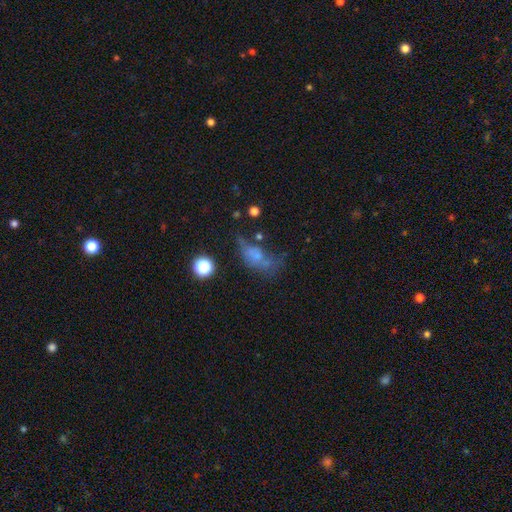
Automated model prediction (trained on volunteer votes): Smooth or featured?
  - smooth: 48% *
  - featured or disk: 30%
  - star or artifact: 22%
Merging?
  - major disturbance: 34% *
  - none: 29%
  - minor disturbance: 22%
  - merger: 15%